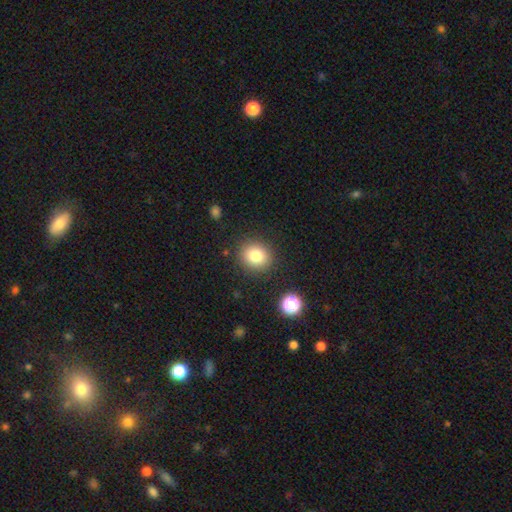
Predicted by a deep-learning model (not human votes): Smooth or featured: smooth — 81% (star or artifact — 12%)
How rounded: round — 76% (in between — 23%)
Merging: none — 87% (minor disturbance — 8%)